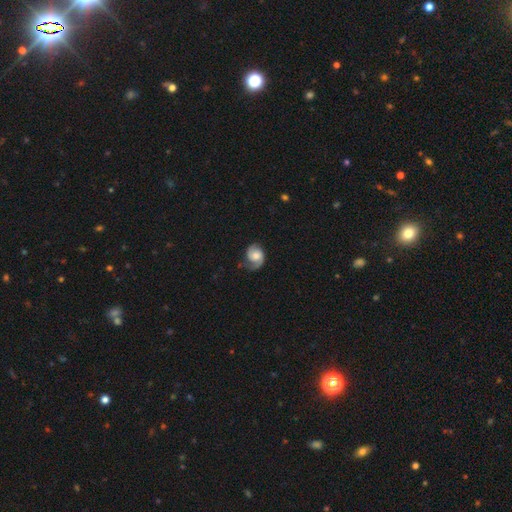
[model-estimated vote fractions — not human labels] A featured or disk galaxy (73%) with no bar (67%), 2 (64%) medium (43%) spiral arms (95%) and a moderate central bulge (54%). Merging: none (62%).